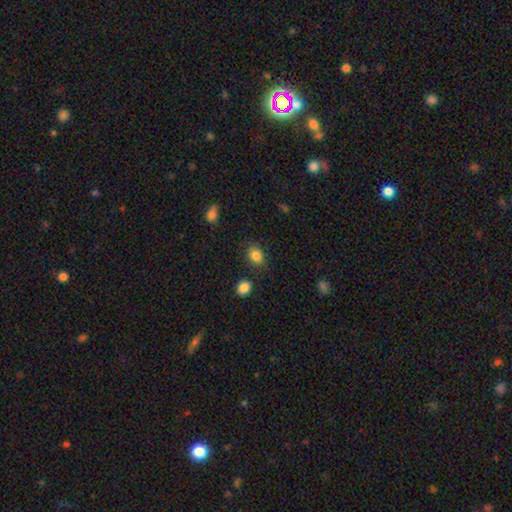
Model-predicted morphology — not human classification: Smooth or featured? smooth (85%)
How rounded? in between (66%)
Merging? none (79%)